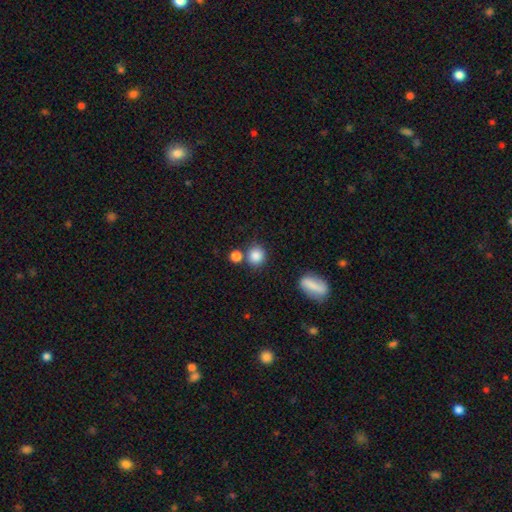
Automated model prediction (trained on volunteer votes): smooth_or_featured: smooth (p=0.86) [alt: star or artifact p=0.10]
how_rounded: round (p=0.83) [alt: in between p=0.16]
merging: none (p=0.71) [alt: merger p=0.15]